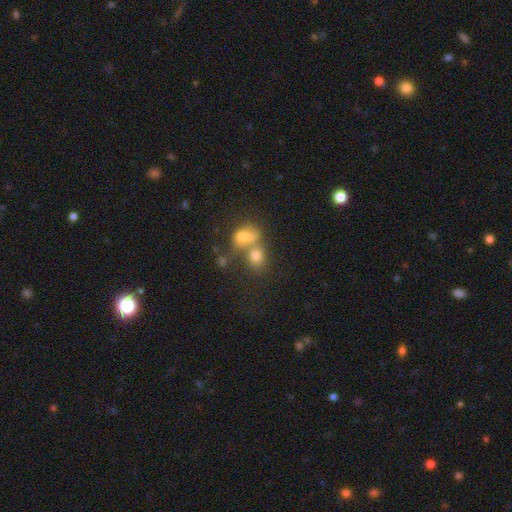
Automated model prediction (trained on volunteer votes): A smooth galaxy with no disk features (73%) that is round (54%).

Vote fractions:
- Smooth or featured? smooth: 73% / star or artifact: 14% / featured or disk: 14%
- How rounded? round: 54% / in between: 44% / cigar-shaped: 2%
- Merging? merger: 55% / none: 30% / minor disturbance: 8% / major disturbance: 6%